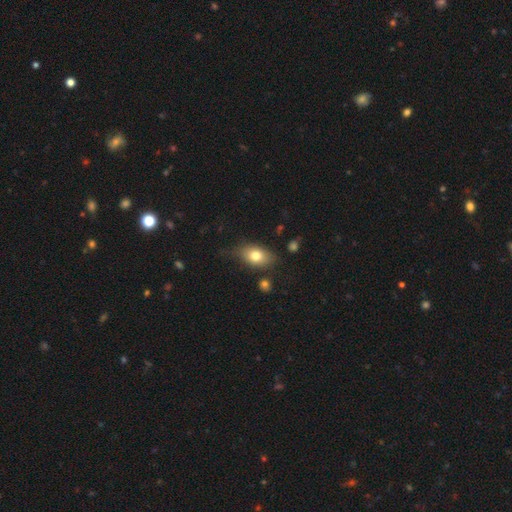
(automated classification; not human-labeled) Q: Smooth or featured?
A: smooth (76%); runner-up: featured or disk (15%)
Q: How rounded?
A: in between (84%); runner-up: round (14%)
Q: Merging?
A: none (69%); runner-up: minor disturbance (22%)